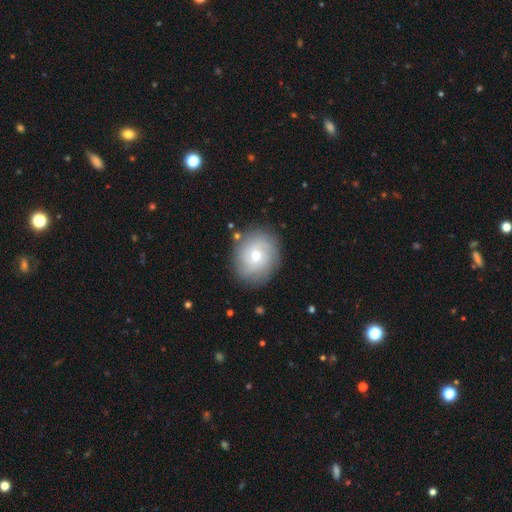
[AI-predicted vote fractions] Morphology: type=featured or disk (49%); merging=none (82%).